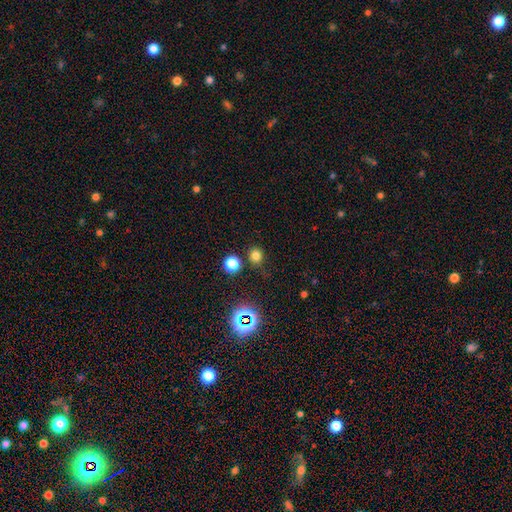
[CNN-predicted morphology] A smooth galaxy with no disk features (74%) that is round (87%).

Vote fractions:
- Smooth or featured? smooth: 74% / star or artifact: 20% / featured or disk: 5%
- How rounded? round: 87% / in between: 12% / cigar-shaped: 1%
- Merging? none: 82% / minor disturbance: 9% / merger: 6% / major disturbance: 3%